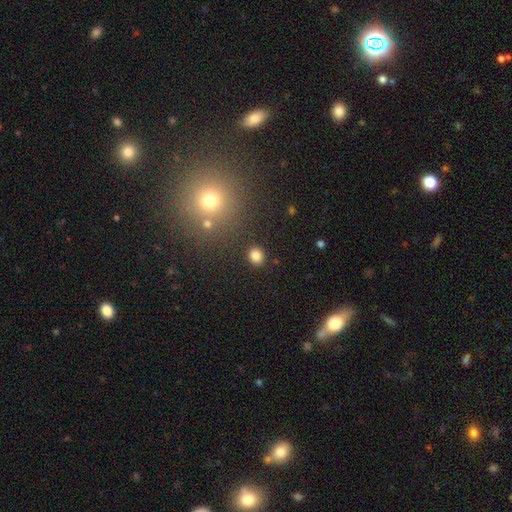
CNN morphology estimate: Q: Smooth or featured?
A: smooth (84%); runner-up: star or artifact (12%)
Q: How rounded?
A: round (76%); runner-up: in between (23%)
Q: Merging?
A: none (88%); runner-up: minor disturbance (6%)